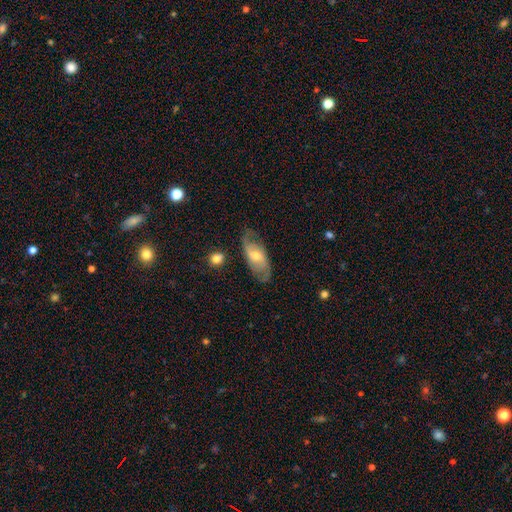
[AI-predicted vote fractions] featured or disk 64%, smooth 29%, star or artifact 6%. Down the decision tree: edge-on disk — no (89%); bar — no (47%); spiral arms — yes (84%); bulge size — moderate (54%); merging — none (71%).